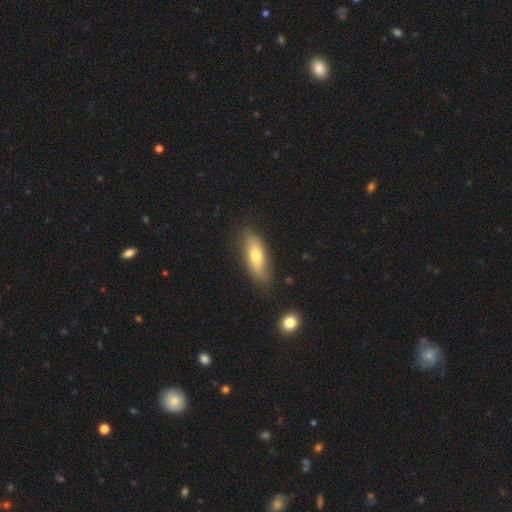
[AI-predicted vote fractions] smooth 67%, featured or disk 27%, star or artifact 7%. Down the decision tree: how rounded — in between (59%); merging — none (76%).